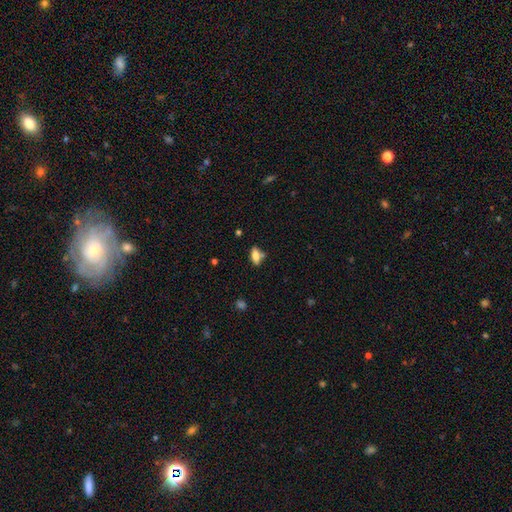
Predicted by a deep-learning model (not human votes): A smooth galaxy with no disk features (70%) that is in between round and cigar-shaped (80%).

Vote fractions:
- Smooth or featured? smooth: 70% / featured or disk: 22% / star or artifact: 9%
- How rounded? in between: 80% / cigar-shaped: 16% / round: 4%
- Merging? none: 66% / minor disturbance: 17% / merger: 12% / major disturbance: 5%